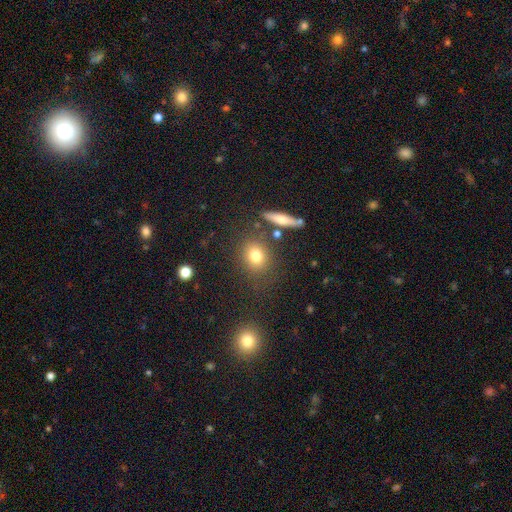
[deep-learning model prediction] Smooth or featured? smooth (76%)
How rounded? round (70%)
Merging? none (79%)